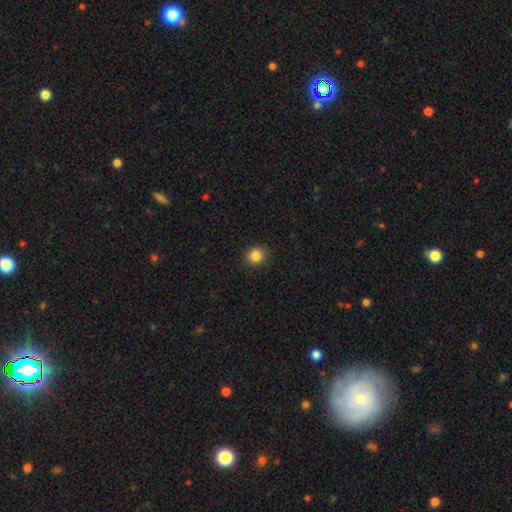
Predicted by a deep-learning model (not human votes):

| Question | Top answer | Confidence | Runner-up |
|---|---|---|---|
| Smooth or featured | smooth | 85% | star or artifact (11%) |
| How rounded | round | 87% | in between (12%) |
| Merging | none | 90% | minor disturbance (7%) |